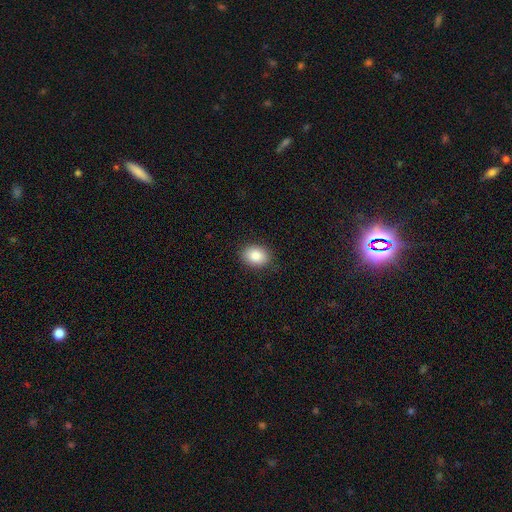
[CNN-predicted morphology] Smooth or featured?
  - smooth: 86% *
  - star or artifact: 8%
  - featured or disk: 6%
How rounded?
  - in between: 59% *
  - round: 40%
  - cigar-shaped: 1%
Merging?
  - none: 87% *
  - minor disturbance: 10%
  - major disturbance: 2%
  - merger: 1%